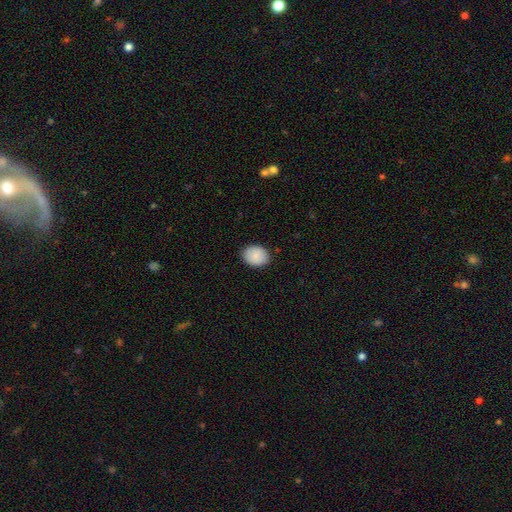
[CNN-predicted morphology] This appears to be a smooth galaxy with no disk features (87%) that is in between round and cigar-shaped (55%). Merging: none (87%).